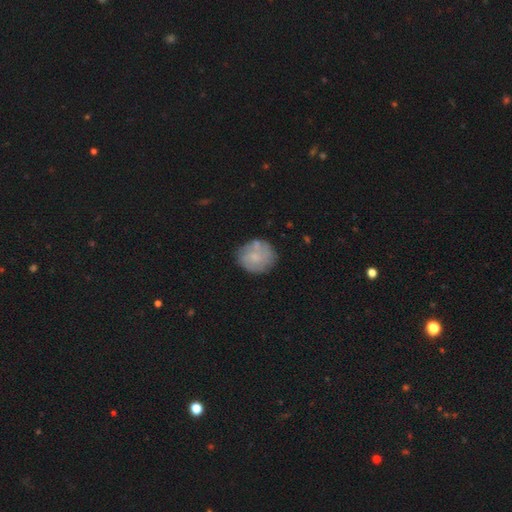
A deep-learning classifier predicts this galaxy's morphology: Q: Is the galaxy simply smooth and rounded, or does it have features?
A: smooth — 54%.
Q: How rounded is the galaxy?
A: round — 78%.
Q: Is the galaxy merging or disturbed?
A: none — 67%.